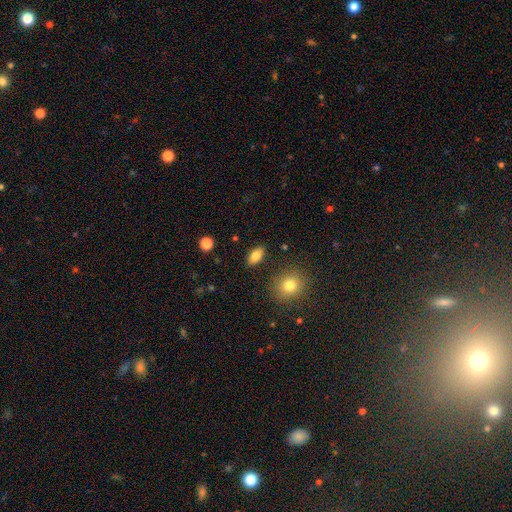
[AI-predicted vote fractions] Morphology: type=smooth (83%); roundness=in between (90%); merging=none (87%).